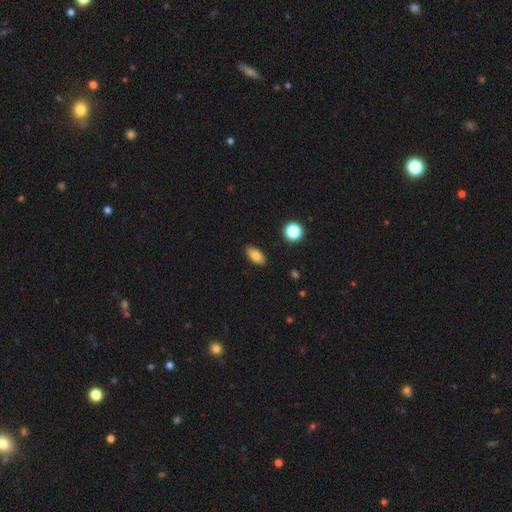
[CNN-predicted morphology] A smooth galaxy with no disk features (80%) that is in between round and cigar-shaped (88%). Merging: none (89%).